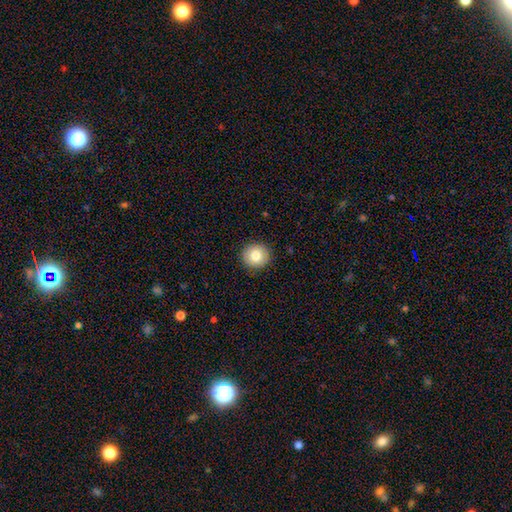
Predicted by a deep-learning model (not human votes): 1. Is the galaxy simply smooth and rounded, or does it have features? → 81% smooth, 10% featured or disk, 9% star or artifact.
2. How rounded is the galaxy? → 92% round, 7% in between, 1% cigar-shaped.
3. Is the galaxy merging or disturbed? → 91% none, 6% minor disturbance, 2% major disturbance, 1% merger.